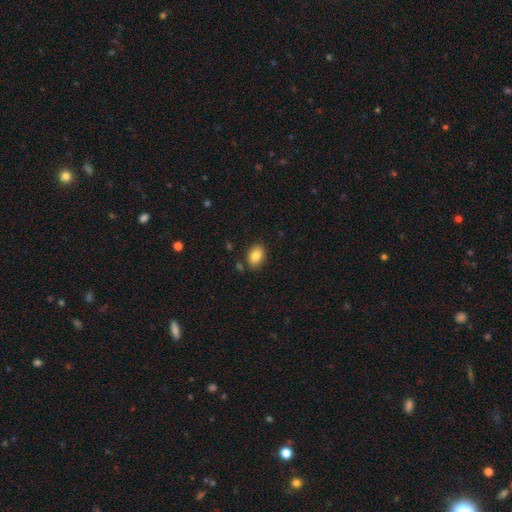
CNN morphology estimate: Overall: smooth (86%). How rounded: in between (80%). Merging: none (83%).